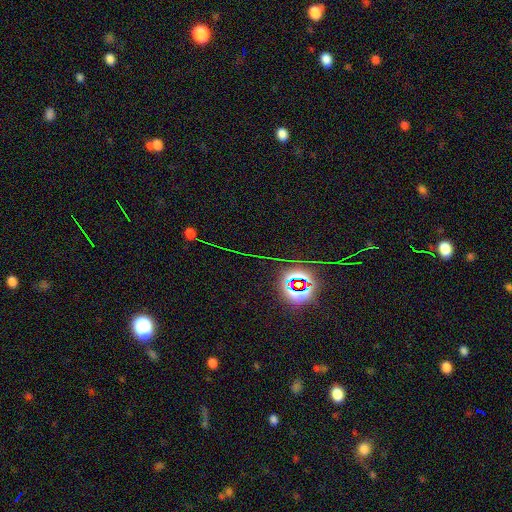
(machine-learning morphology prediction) Smooth or featured? star or artifact (81%)